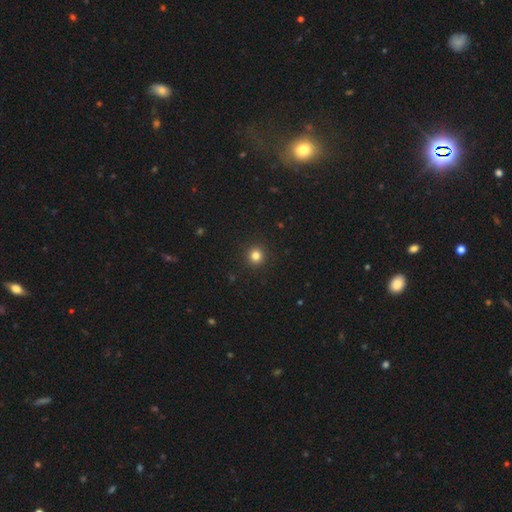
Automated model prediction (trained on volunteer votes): The model was most divided on "smooth or featured": smooth: 82%, star or artifact: 13%, featured or disk: 5%. More confident: how rounded — round (95%); merging — none (93%).